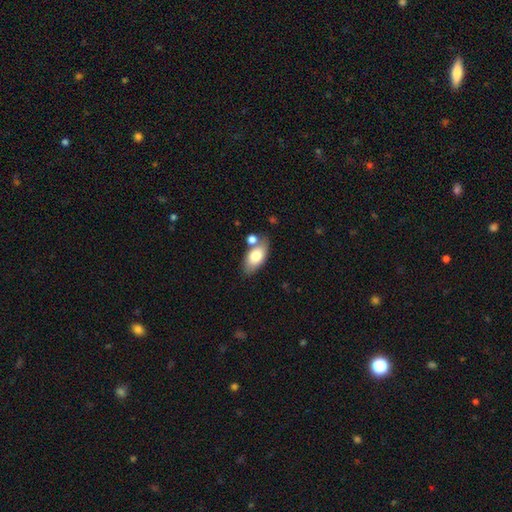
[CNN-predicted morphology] Q: Smooth or featured?
A: smooth (77%); runner-up: featured or disk (16%)
Q: How rounded?
A: in between (91%); runner-up: cigar-shaped (5%)
Q: Merging?
A: none (63%); runner-up: merger (18%)